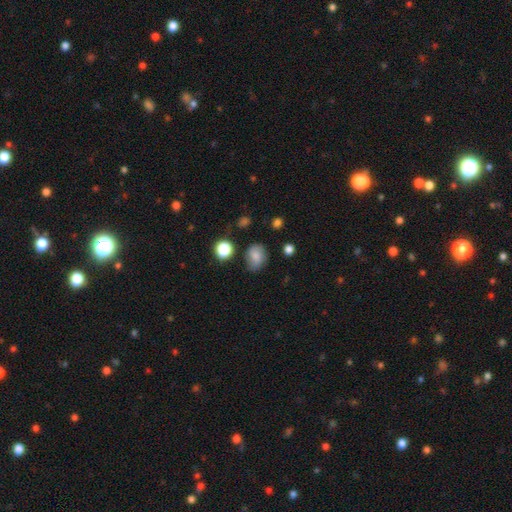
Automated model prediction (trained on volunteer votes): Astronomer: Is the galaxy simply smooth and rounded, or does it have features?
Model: smooth — 76%.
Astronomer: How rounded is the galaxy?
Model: in between — 57% (runner-up: round, 42%).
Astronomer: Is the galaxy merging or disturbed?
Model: none — 66%.